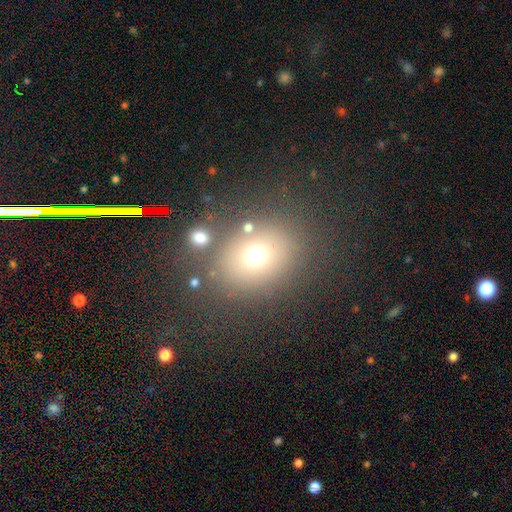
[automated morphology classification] Smooth or featured? Predicted: smooth (p=0.68). How rounded? Predicted: round (p=0.62). Merging? Predicted: none (p=0.76).